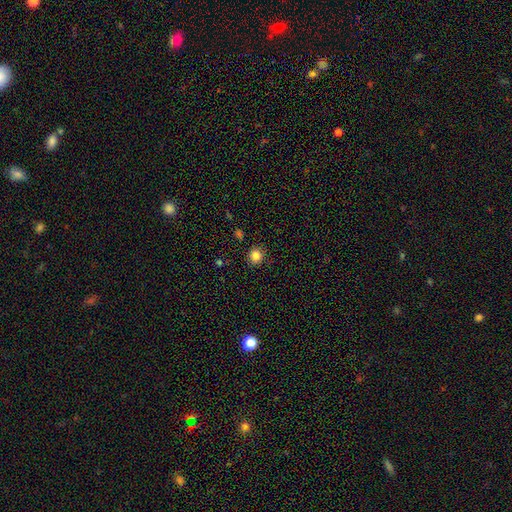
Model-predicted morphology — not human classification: Q: Smooth or featured?
A: smooth (84%); runner-up: star or artifact (12%)
Q: How rounded?
A: round (85%); runner-up: in between (14%)
Q: Merging?
A: none (88%); runner-up: minor disturbance (8%)